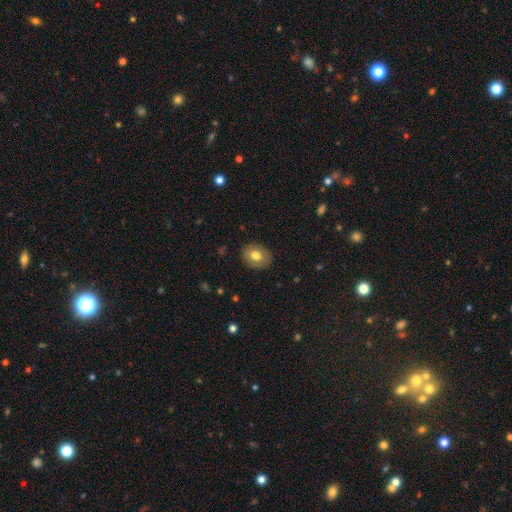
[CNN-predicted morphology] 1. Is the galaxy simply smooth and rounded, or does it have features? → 72% smooth, 21% featured or disk, 8% star or artifact.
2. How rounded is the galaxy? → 53% in between, 46% round, 1% cigar-shaped.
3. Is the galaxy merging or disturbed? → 86% none, 10% minor disturbance, 3% major disturbance, 1% merger.